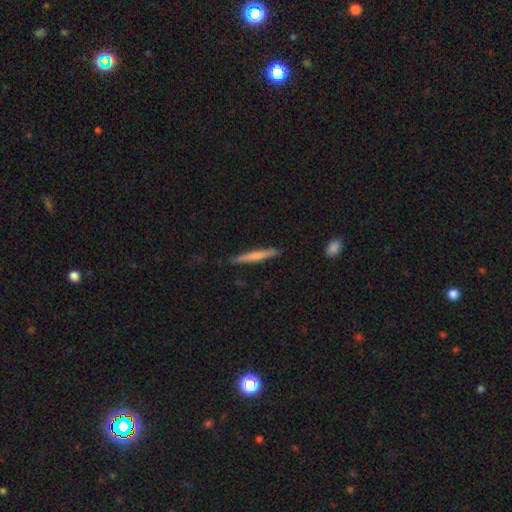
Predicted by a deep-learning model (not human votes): The model was most divided on "smooth or featured": smooth: 58%, featured or disk: 37%, star or artifact: 5%. More confident: how rounded — cigar-shaped (96%); merging — none (88%).